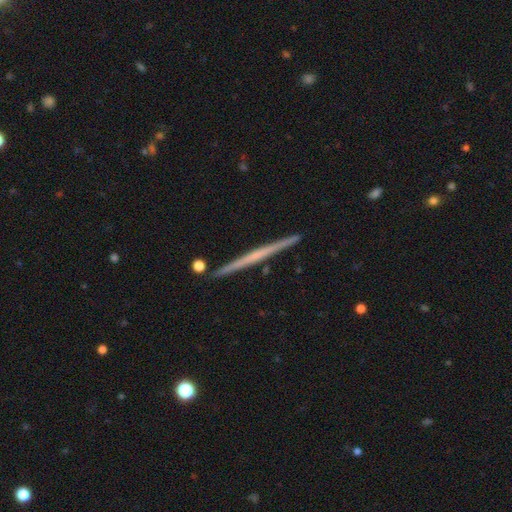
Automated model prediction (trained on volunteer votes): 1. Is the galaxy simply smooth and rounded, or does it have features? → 65% featured or disk, 30% smooth, 5% star or artifact.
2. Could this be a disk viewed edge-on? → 98% yes, 2% no.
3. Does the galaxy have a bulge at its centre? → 82% none, 13% rounded, 5% boxy.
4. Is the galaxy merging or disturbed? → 91% none, 6% minor disturbance, 2% merger, 1% major disturbance.